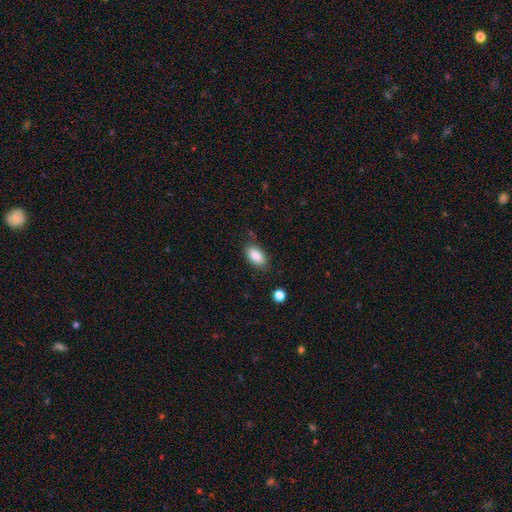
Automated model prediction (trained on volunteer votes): Smooth or featured?
  - smooth: 87% *
  - star or artifact: 7%
  - featured or disk: 6%
How rounded?
  - in between: 92% *
  - round: 4%
  - cigar-shaped: 4%
Merging?
  - none: 80% *
  - minor disturbance: 14%
  - major disturbance: 3%
  - merger: 2%